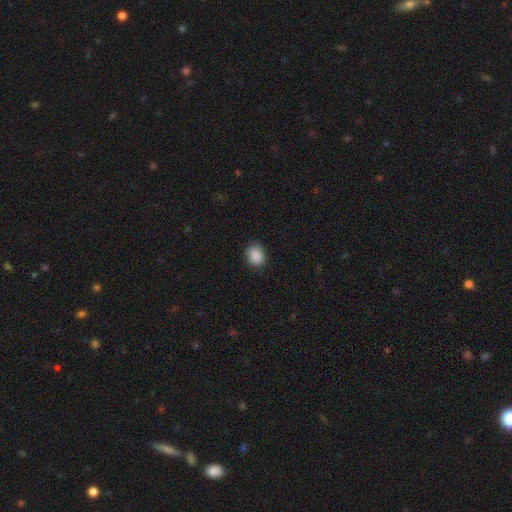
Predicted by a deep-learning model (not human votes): The model was most divided on "how rounded": in between: 56%, round: 43%, cigar-shaped: 1%. More confident: smooth or featured — smooth (89%); merging — none (83%).